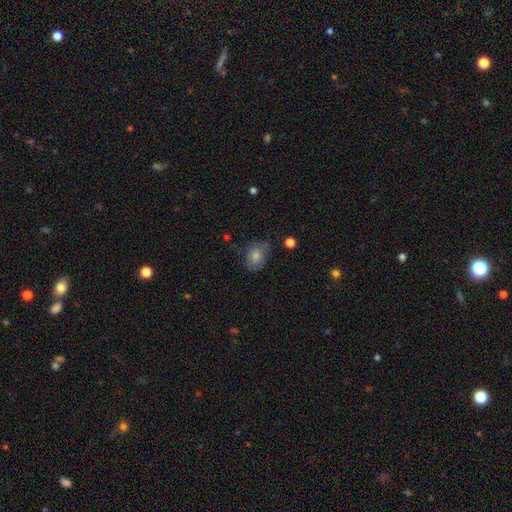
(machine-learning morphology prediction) Smooth or featured: smooth — 59% (featured or disk — 25%)
How rounded: in between — 58% (round — 40%)
Merging: none — 67% (minor disturbance — 22%)